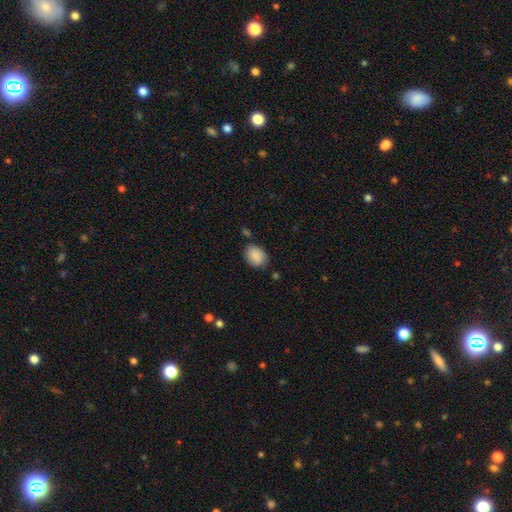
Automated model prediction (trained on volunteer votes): This is clearly a smooth galaxy (89%). How rounded: likely in between (68%). Merging: likely none (76%).